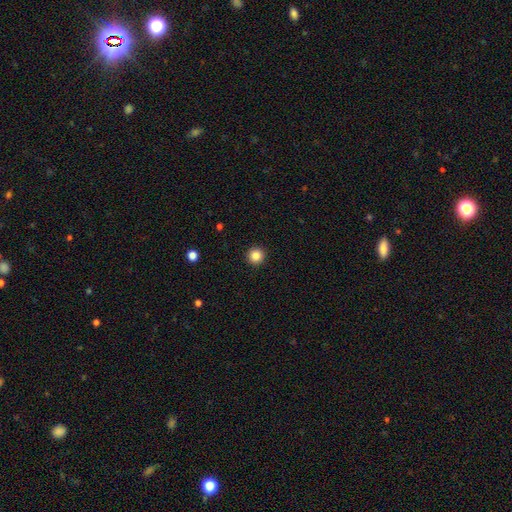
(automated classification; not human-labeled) A smooth galaxy with no disk features (85%) that is round (96%).

Vote fractions:
- Smooth or featured? smooth: 85% / star or artifact: 11% / featured or disk: 4%
- How rounded? round: 96% / in between: 3% / cigar-shaped: 1%
- Merging? none: 94% / minor disturbance: 4% / major disturbance: 1% / merger: 1%